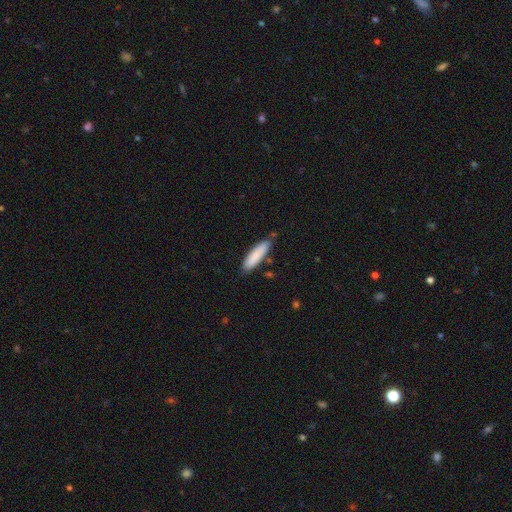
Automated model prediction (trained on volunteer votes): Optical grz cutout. It shows a smooth galaxy with no disk features (86%) that is cigar-shaped (68%). Merging: none (80%).